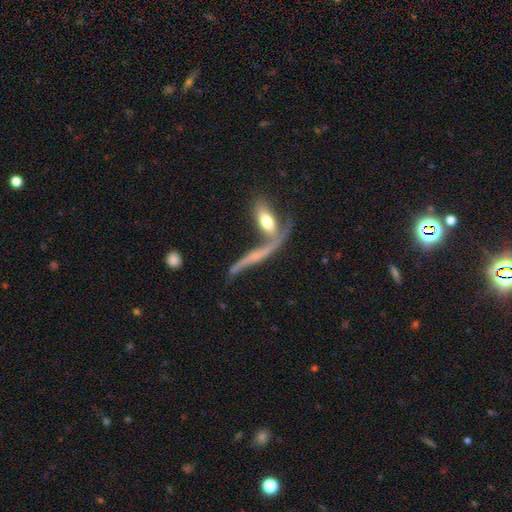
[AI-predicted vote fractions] Smooth or featured? featured or disk (64%)
Edge-on disk? yes (70%)
Merging? none (42%)